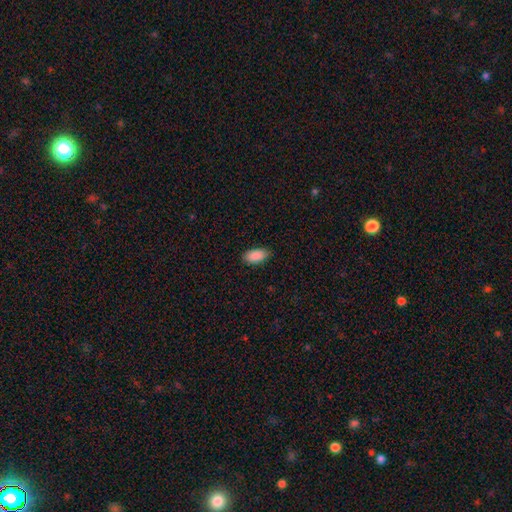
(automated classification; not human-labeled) Q: Smooth or featured?
A: smooth (90%); runner-up: star or artifact (7%)
Q: How rounded?
A: in between (94%); runner-up: cigar-shaped (4%)
Q: Merging?
A: none (87%); runner-up: minor disturbance (10%)